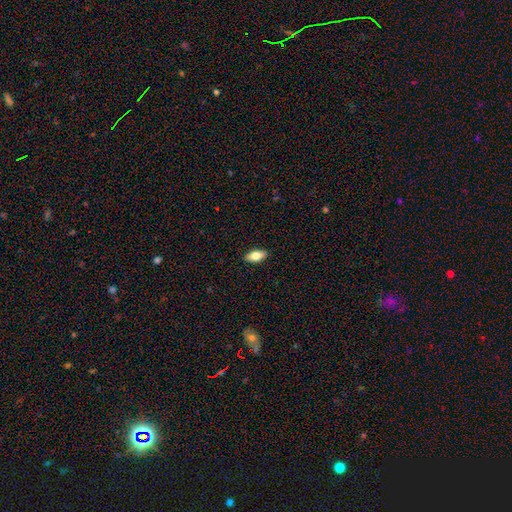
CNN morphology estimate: smooth_or_featured: smooth (p=0.76) [alt: featured or disk p=0.17]
how_rounded: in between (p=0.87) [alt: cigar-shaped p=0.10]
merging: none (p=0.90) [alt: minor disturbance p=0.07]